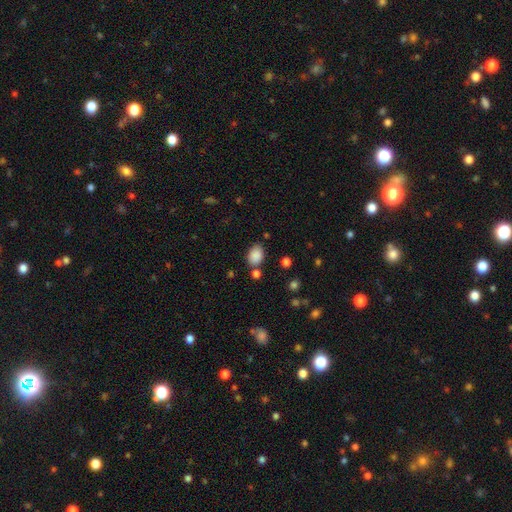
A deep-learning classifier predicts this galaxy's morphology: smooth_or_featured: smooth (p=0.87) [alt: star or artifact p=0.09]
how_rounded: in between (p=0.77) [alt: round p=0.22]
merging: none (p=0.72) [alt: minor disturbance p=0.16]